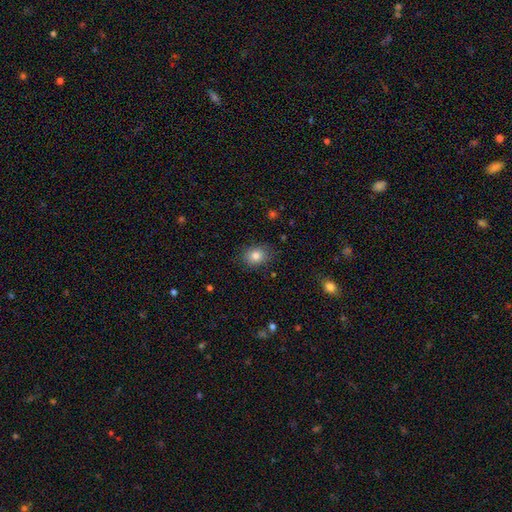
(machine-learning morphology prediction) type=smooth (83%); roundness=in between (56%); merging=none (82%).